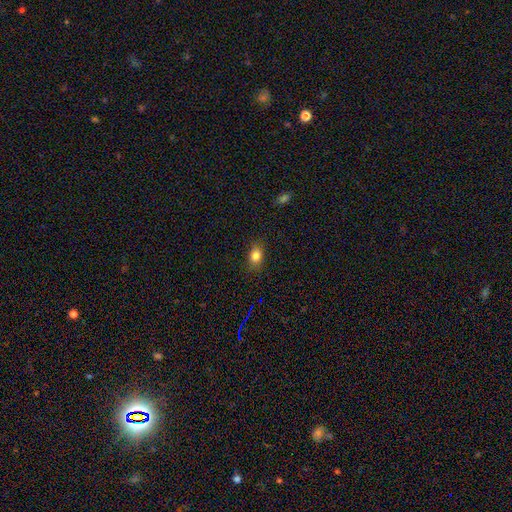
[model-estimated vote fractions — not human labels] smooth_or_featured: smooth (p=0.82) [alt: star or artifact p=0.11]
how_rounded: in between (p=0.69) [alt: round p=0.29]
merging: none (p=0.83) [alt: minor disturbance p=0.13]